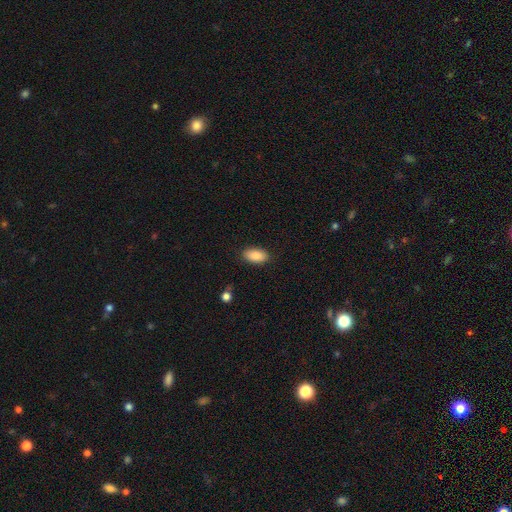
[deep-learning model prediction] A smooth galaxy with no disk features (88%) that is in between round and cigar-shaped (93%). Merging: none (87%).